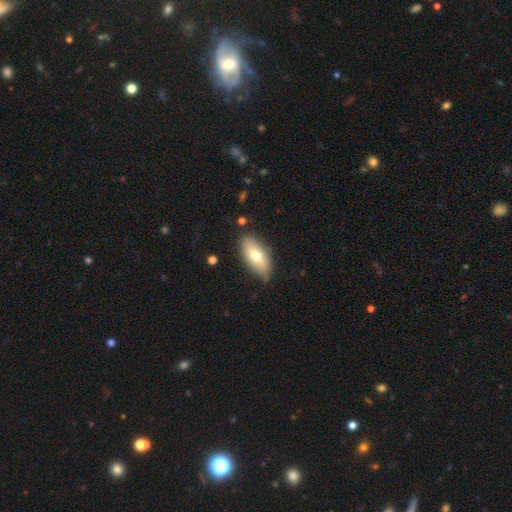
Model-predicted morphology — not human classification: smooth 71%, featured or disk 23%, star or artifact 6%. Down the decision tree: how rounded — in between (87%); merging — none (80%).